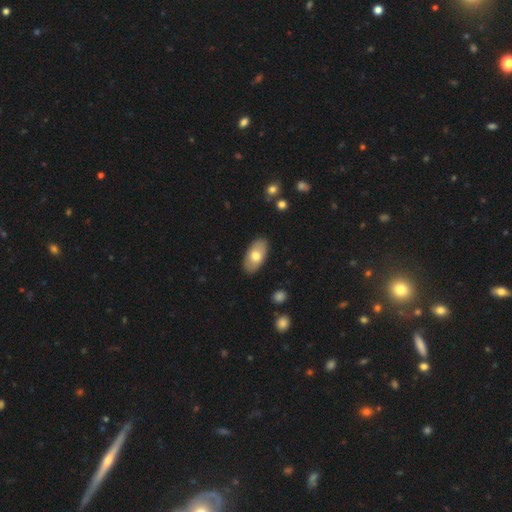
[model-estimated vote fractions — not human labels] The model was most divided on "smooth or featured": smooth: 70%, featured or disk: 25%, star or artifact: 5%. More confident: how rounded — in between (94%); merging — none (88%).